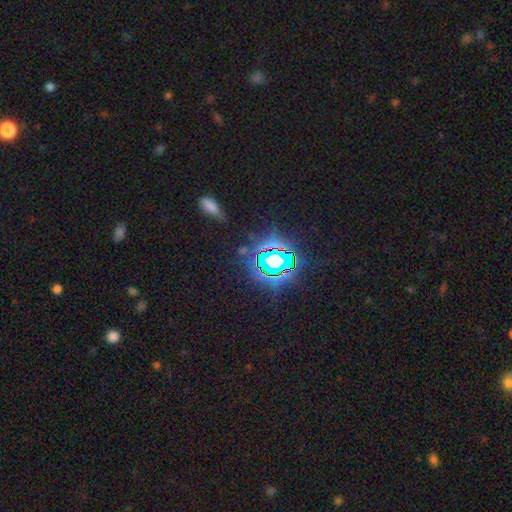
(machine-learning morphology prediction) Smooth or featured? star or artifact (80%)